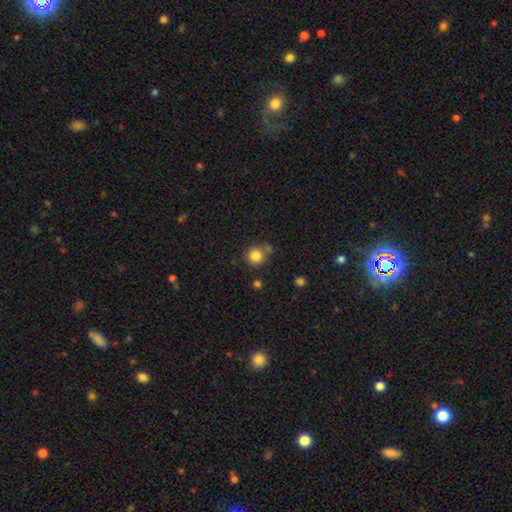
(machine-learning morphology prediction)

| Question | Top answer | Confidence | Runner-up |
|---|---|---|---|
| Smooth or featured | smooth | 84% | star or artifact (11%) |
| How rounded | round | 89% | in between (10%) |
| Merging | none | 68% | minor disturbance (15%) |